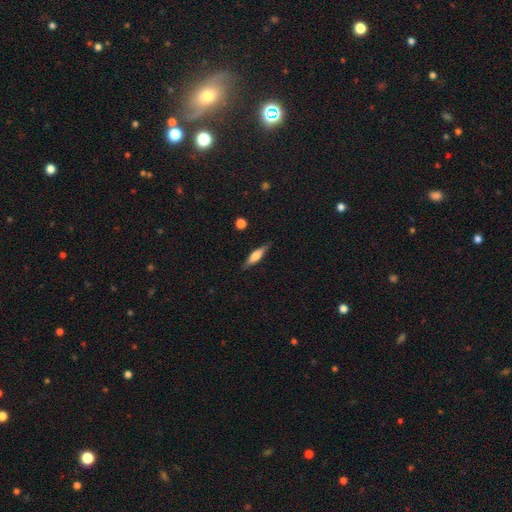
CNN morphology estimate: Q: Smooth or featured?
A: smooth (49%); runner-up: featured or disk (45%)
Q: Merging?
A: none (85%); runner-up: minor disturbance (11%)